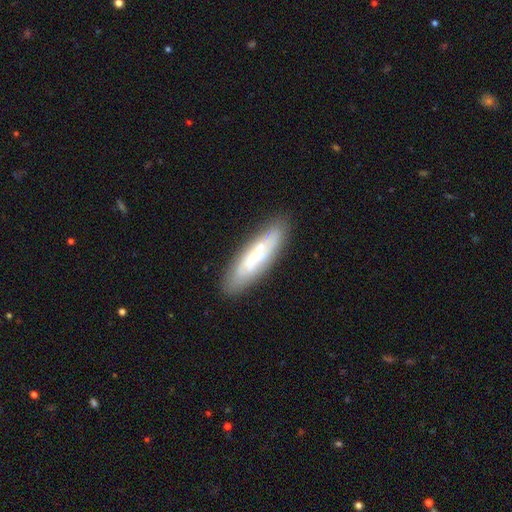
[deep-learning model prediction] Smooth or featured? Predicted: smooth (p=0.52). How rounded? Predicted: cigar-shaped (p=0.67). Merging? Predicted: none (p=0.79).